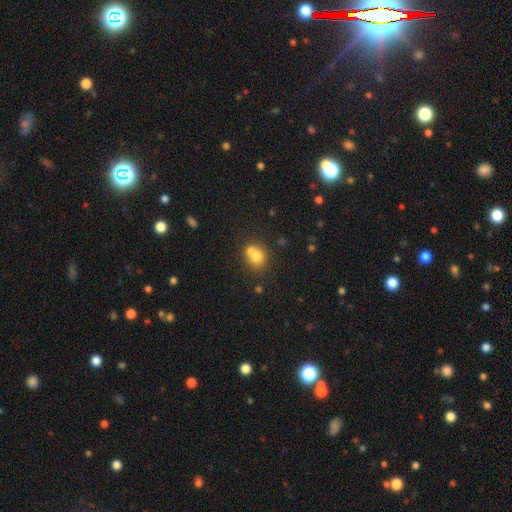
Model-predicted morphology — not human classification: This appears to be a smooth galaxy with no disk features (72%) that is round (72%). Merging: merger (49%).